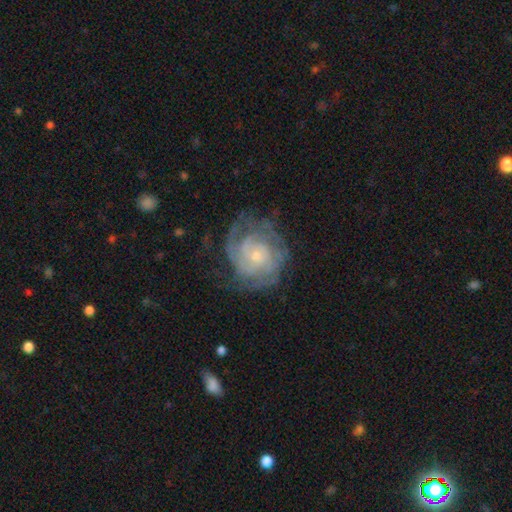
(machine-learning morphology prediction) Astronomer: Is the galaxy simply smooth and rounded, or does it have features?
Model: featured or disk — 83%.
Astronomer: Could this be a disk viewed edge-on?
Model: no — 98%.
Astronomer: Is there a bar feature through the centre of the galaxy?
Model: no — 77%.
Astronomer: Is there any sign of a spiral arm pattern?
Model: yes — 94%.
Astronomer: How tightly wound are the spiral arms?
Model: tight — 67%.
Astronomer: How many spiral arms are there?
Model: can't tell — 37% (runner-up: 2, 22%).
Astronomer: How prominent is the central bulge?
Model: small — 72%.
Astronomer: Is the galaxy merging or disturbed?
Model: none — 65%.